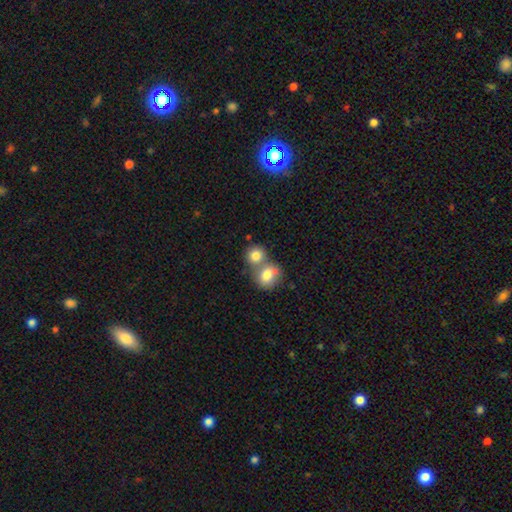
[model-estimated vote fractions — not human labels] smooth 81%, featured or disk 10%, star or artifact 9%. Down the decision tree: how rounded — round (79%); merging — merger (53%).